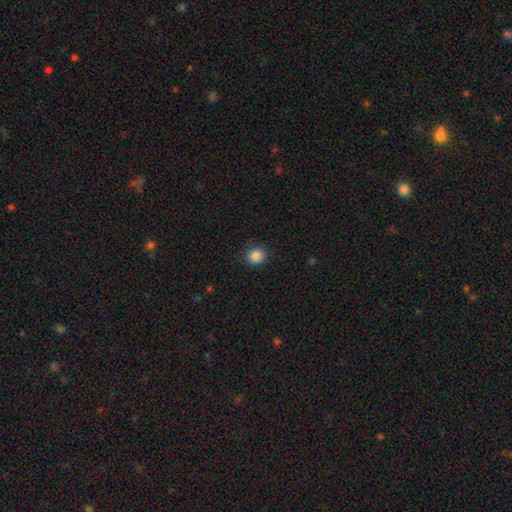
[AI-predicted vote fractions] smooth_or_featured: smooth (p=0.86) [alt: star or artifact p=0.10]
how_rounded: round (p=0.78) [alt: in between p=0.21]
merging: none (p=0.88) [alt: minor disturbance p=0.08]